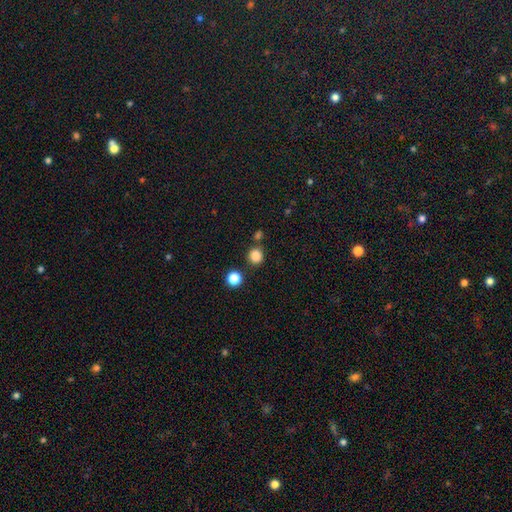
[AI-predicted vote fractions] Morphology: type=smooth (83%); roundness=round (85%); merging=none (77%).